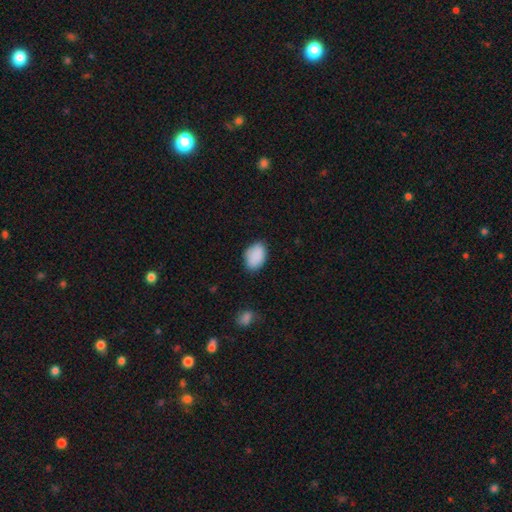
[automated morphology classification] Smooth or featured: smooth — 89% (star or artifact — 7%)
How rounded: in between — 86% (round — 13%)
Merging: none — 80% (minor disturbance — 16%)